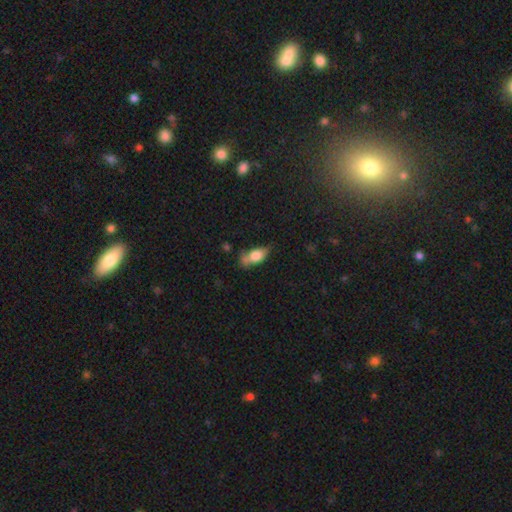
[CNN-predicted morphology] A smooth galaxy with no disk features (70%) that is in between round and cigar-shaped (81%). Merging: none (40%).